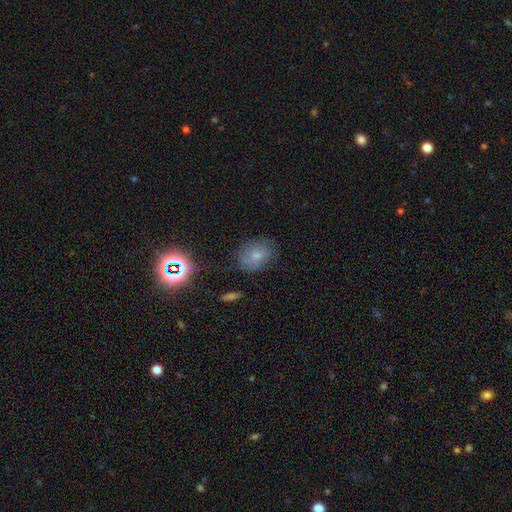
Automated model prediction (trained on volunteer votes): Morphology: type=smooth (56%); roundness=in between (64%); merging=none (68%).